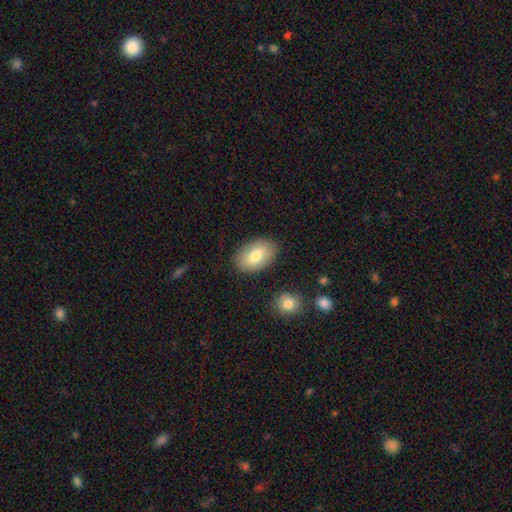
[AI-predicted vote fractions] Smooth or featured: smooth — 77% (featured or disk — 17%)
How rounded: in between — 91% (round — 8%)
Merging: none — 84% (minor disturbance — 11%)